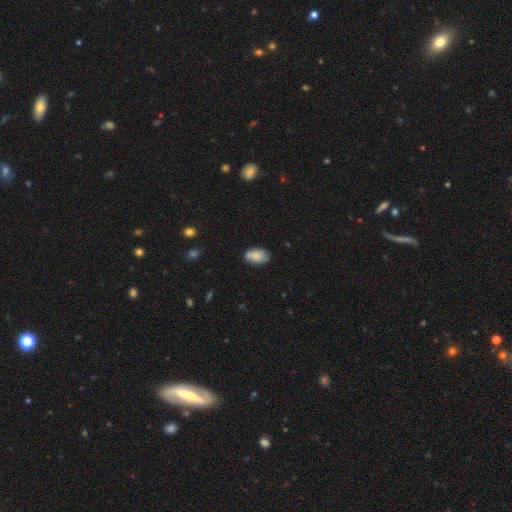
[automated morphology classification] smooth_or_featured: smooth (p=0.72) [alt: featured or disk p=0.20]
how_rounded: in between (p=0.92) [alt: round p=0.06]
merging: none (p=0.65) [alt: minor disturbance p=0.24]